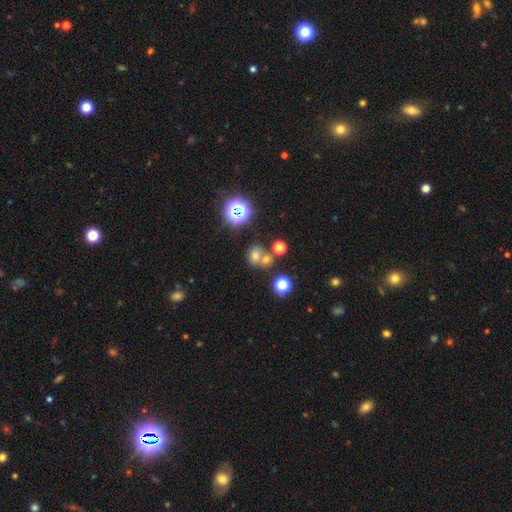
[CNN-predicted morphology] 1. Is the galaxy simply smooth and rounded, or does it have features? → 61% smooth, 27% star or artifact, 13% featured or disk.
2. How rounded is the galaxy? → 70% round, 29% in between, 1% cigar-shaped.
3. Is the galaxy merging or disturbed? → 50% none, 36% merger, 10% minor disturbance, 5% major disturbance.